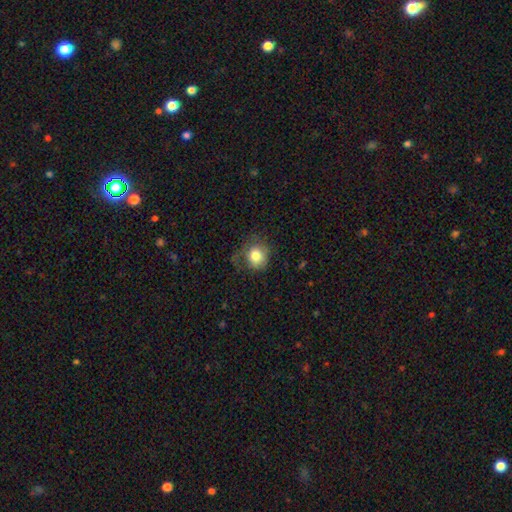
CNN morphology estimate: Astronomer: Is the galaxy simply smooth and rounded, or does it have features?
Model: smooth — 79%.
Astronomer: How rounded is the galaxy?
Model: round — 79%.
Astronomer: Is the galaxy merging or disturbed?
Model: none — 54%.